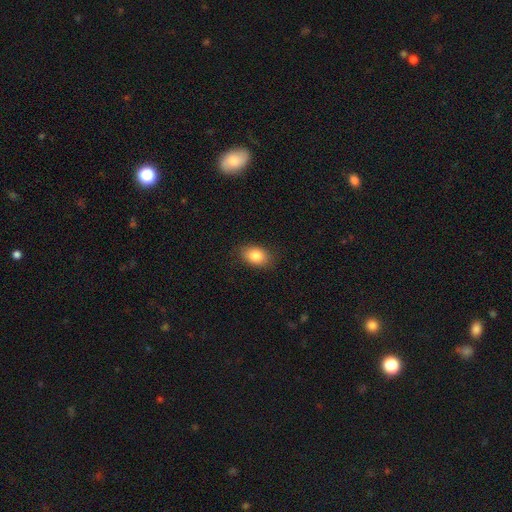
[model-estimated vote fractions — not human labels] This appears to be a smooth galaxy with no disk features (83%) that is in between round and cigar-shaped (83%). Merging: none (85%).